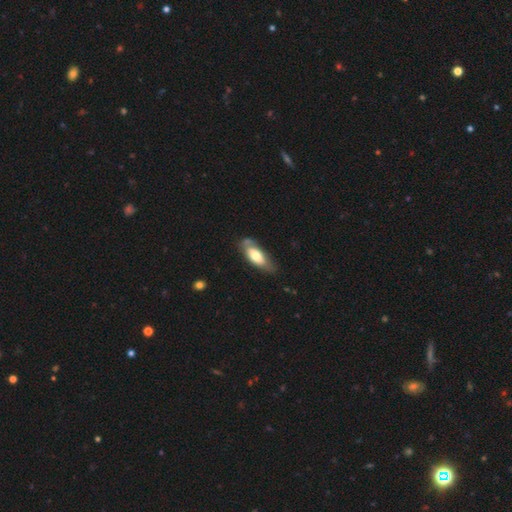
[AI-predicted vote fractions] Q: Smooth or featured?
A: smooth (63%); runner-up: featured or disk (31%)
Q: How rounded?
A: in between (77%); runner-up: cigar-shaped (21%)
Q: Merging?
A: none (56%); runner-up: minor disturbance (30%)